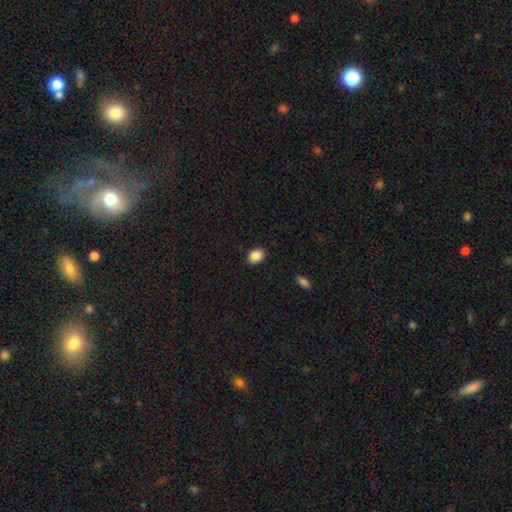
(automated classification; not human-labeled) This appears to be a smooth galaxy with no disk features (89%) that is in between round and cigar-shaped (72%). Merging: none (86%).